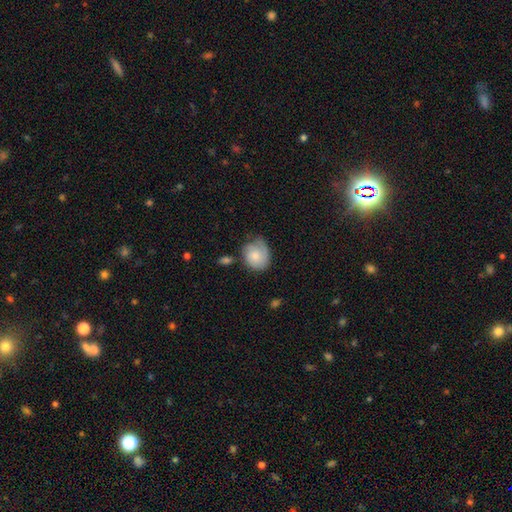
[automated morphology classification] A smooth galaxy with no disk features (62%) that is round (63%). Merging: none (49%).